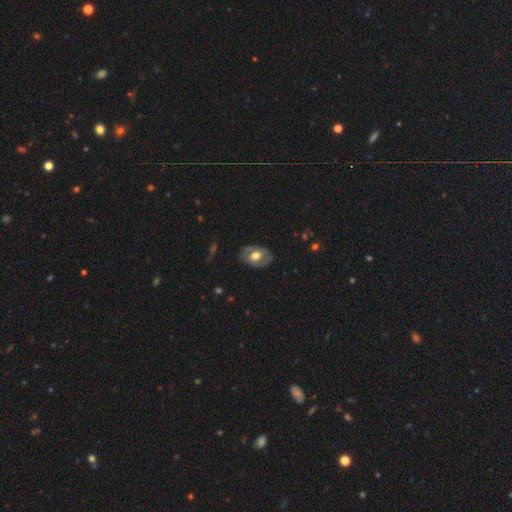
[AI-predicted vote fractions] smooth_or_featured: featured or disk (p=0.53) [alt: smooth p=0.41]
disk_edge_on: no (p=0.92) [alt: yes p=0.08]
merging: none (p=0.80) [alt: minor disturbance p=0.14]